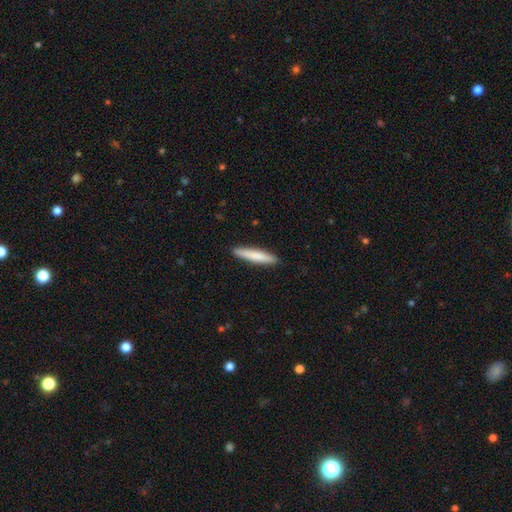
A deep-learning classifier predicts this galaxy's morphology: smooth-or-featured: smooth: 78% | featured or disk: 17% | star or artifact: 5%
  how-rounded: cigar-shaped: 91% | in between: 8% | round: 1%
  merging: none: 91% | minor disturbance: 7% | major disturbance: 1% | merger: 1%